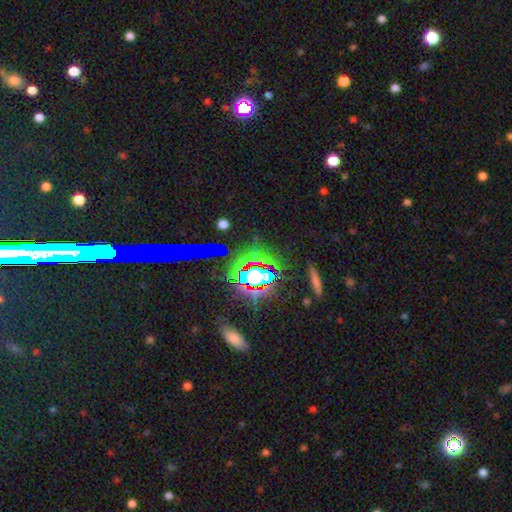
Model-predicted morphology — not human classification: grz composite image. It shows a star or artifact, not a galaxy (71%).